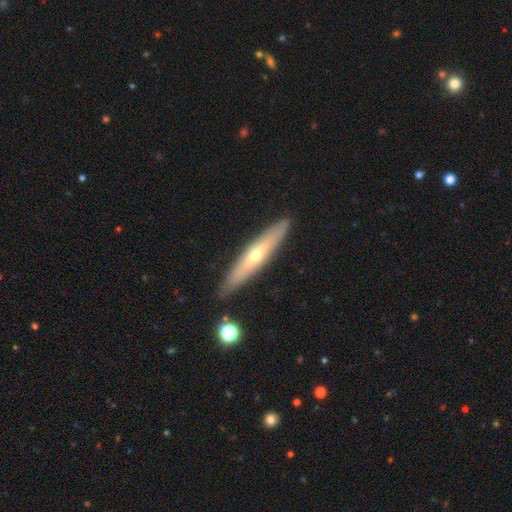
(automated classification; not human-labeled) Smooth or featured?
  - featured or disk: 53% *
  - smooth: 42%
  - star or artifact: 6%
Edge-on disk?
  - yes: 79% *
  - no: 21%
Merging?
  - none: 88% *
  - minor disturbance: 9%
  - major disturbance: 2%
  - merger: 2%